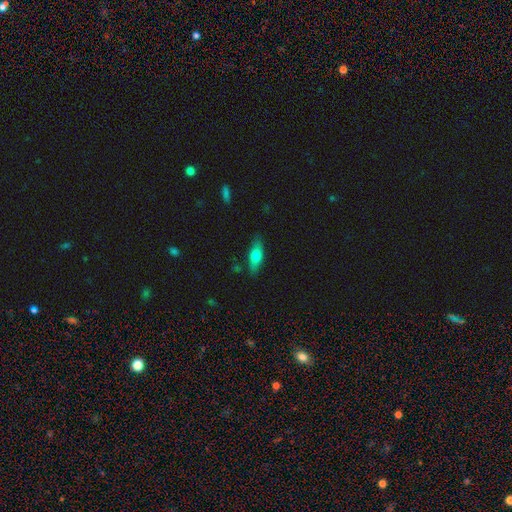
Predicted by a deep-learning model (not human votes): Smooth or featured? Predicted: smooth (p=0.65). How rounded? Predicted: in between (p=0.60). Merging? Predicted: none (p=0.81).